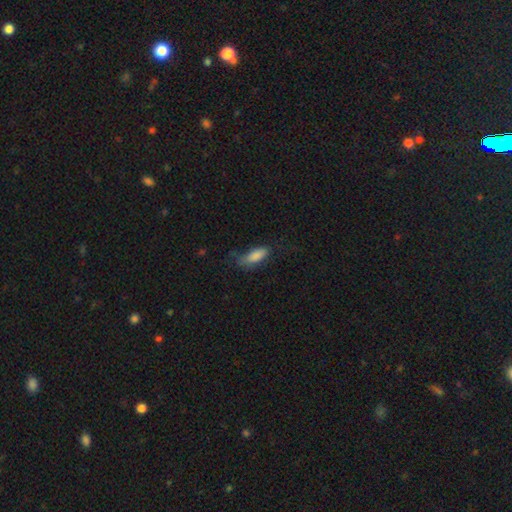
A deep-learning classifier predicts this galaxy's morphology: Q: Smooth or featured?
A: smooth (83%); runner-up: featured or disk (9%)
Q: How rounded?
A: in between (69%); runner-up: cigar-shaped (29%)
Q: Merging?
A: none (56%); runner-up: minor disturbance (30%)